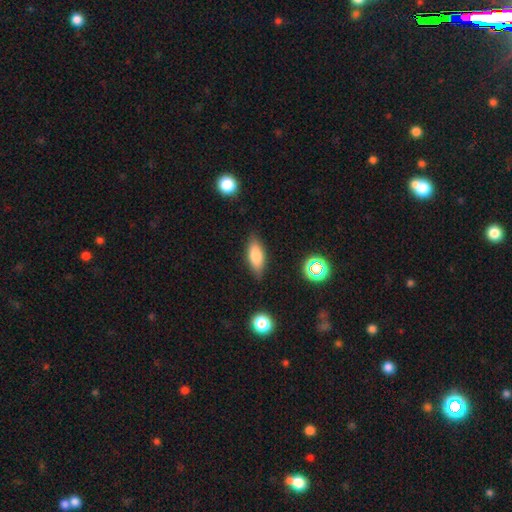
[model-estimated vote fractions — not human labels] Q: Smooth or featured?
A: smooth (76%); runner-up: featured or disk (16%)
Q: How rounded?
A: in between (74%); runner-up: cigar-shaped (23%)
Q: Merging?
A: none (82%); runner-up: minor disturbance (13%)